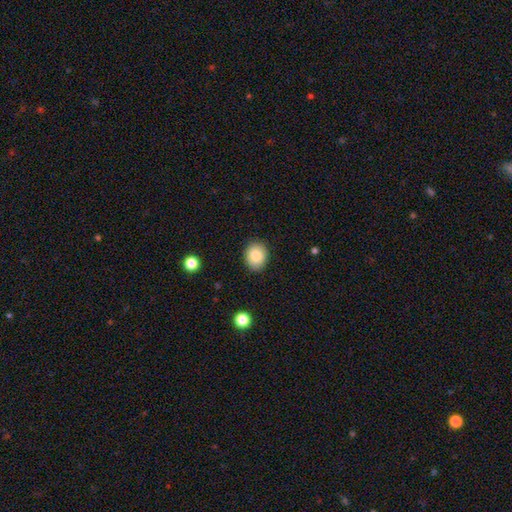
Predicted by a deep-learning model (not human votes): Smooth or featured? Predicted: smooth (p=0.83). How rounded? Predicted: round (p=0.56). Merging? Predicted: none (p=0.89).